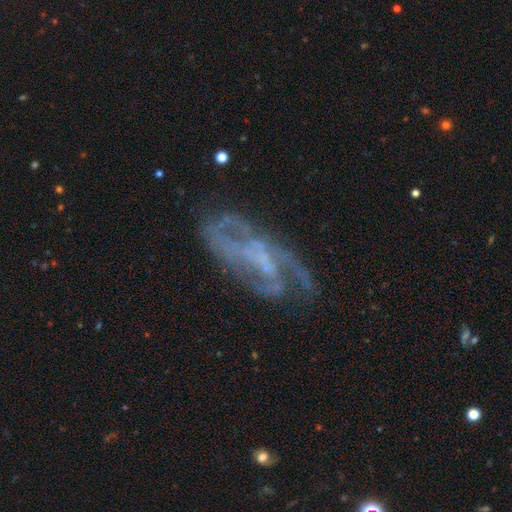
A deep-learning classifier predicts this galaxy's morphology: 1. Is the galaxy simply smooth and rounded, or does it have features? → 79% featured or disk, 11% smooth, 10% star or artifact.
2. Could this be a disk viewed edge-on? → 92% no, 8% yes.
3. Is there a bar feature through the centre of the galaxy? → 45% no, 39% weak, 16% strong.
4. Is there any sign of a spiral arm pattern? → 83% yes, 17% no.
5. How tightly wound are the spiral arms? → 42% medium, 31% tight, 26% loose.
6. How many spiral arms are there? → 34% can't tell, 28% 2, 19% 3, 8% 4, 6% 1, 5% more than 4.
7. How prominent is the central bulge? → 44% none, 41% small, 13% moderate, 2% large, 1% dominant.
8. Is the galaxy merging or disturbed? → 58% none, 20% minor disturbance, 19% major disturbance, 3% merger.